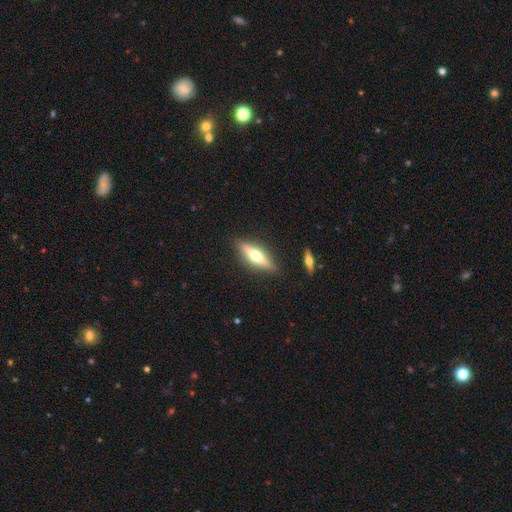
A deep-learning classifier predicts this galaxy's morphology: A featured or disk galaxy (55%) viewed edge-on (91%) with a rounded central bulge (93%). Merging: none (86%).